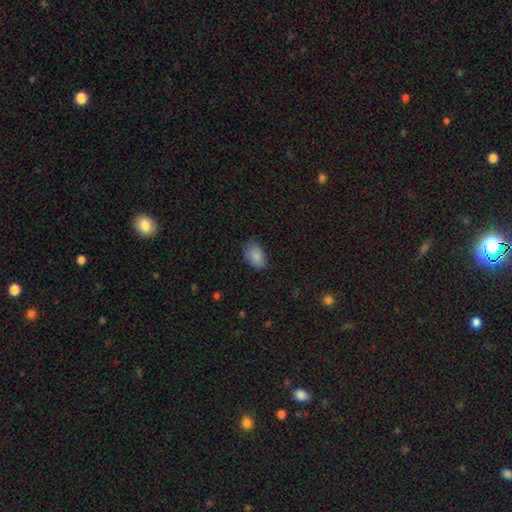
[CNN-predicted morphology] The model was most divided on "merging": none: 70%, minor disturbance: 24%, major disturbance: 5%, merger: 1%. More confident: how rounded — in between (88%); smooth or featured — smooth (87%).